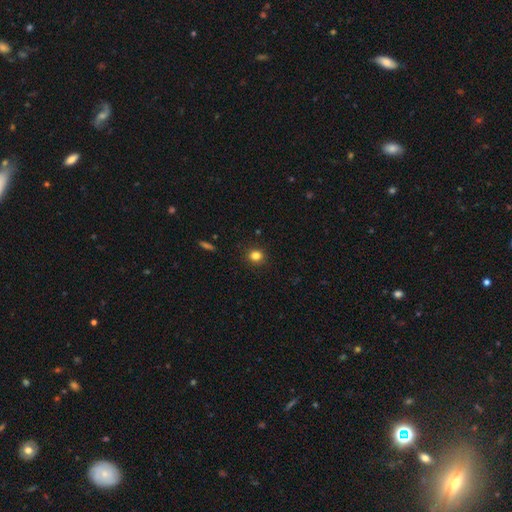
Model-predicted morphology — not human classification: Smooth or featured? Predicted: smooth (p=0.83). How rounded? Predicted: round (p=0.81). Merging? Predicted: none (p=0.89).